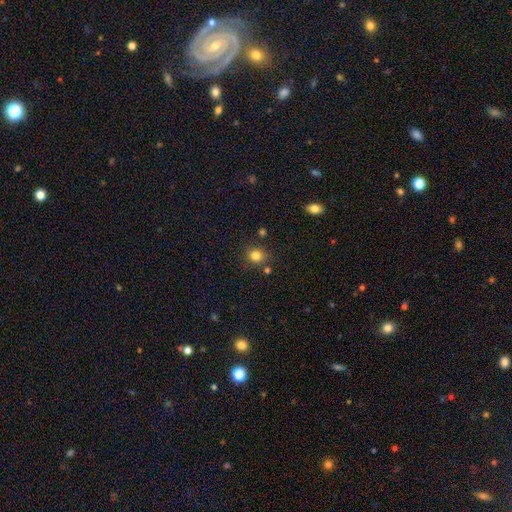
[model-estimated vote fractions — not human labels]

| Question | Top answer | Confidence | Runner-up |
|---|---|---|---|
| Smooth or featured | smooth | 82% | star or artifact (13%) |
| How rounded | round | 83% | in between (16%) |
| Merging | none | 82% | minor disturbance (10%) |